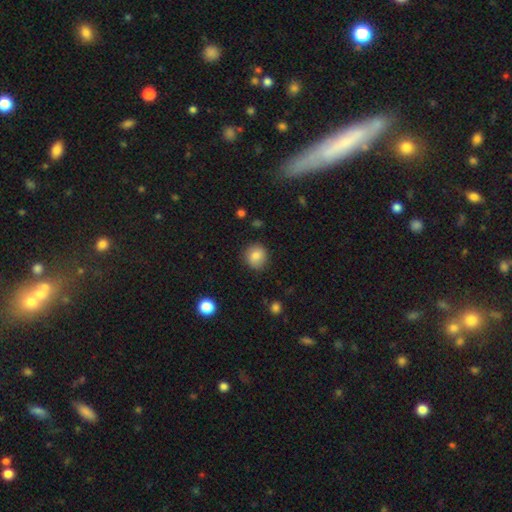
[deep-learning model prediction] Smooth or featured? Predicted: smooth (p=0.83). How rounded? Predicted: round (p=0.86). Merging? Predicted: none (p=0.87).